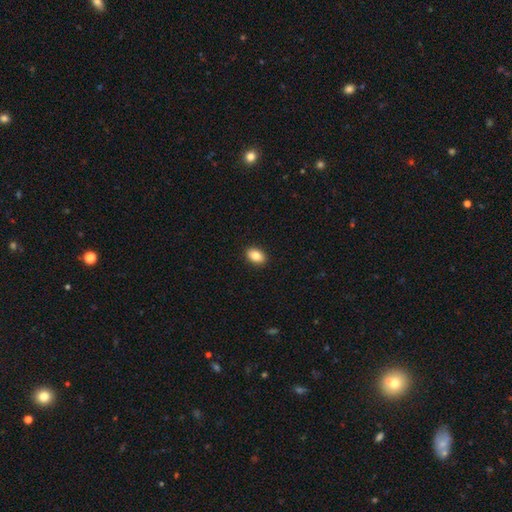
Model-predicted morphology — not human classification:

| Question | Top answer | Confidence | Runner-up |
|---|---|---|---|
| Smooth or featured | smooth | 84% | featured or disk (9%) |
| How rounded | in between | 86% | round (12%) |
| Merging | none | 91% | minor disturbance (7%) |